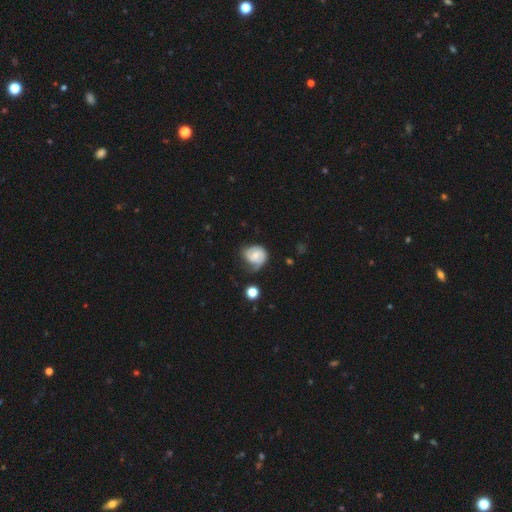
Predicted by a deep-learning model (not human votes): A featured or disk galaxy (51%).

Vote fractions:
- Smooth or featured? featured or disk: 51% / smooth: 42% / star or artifact: 8%
- Edge-on disk? no: 97% / yes: 3%
- Merging? none: 45% / minor disturbance: 35% / major disturbance: 16% / merger: 4%